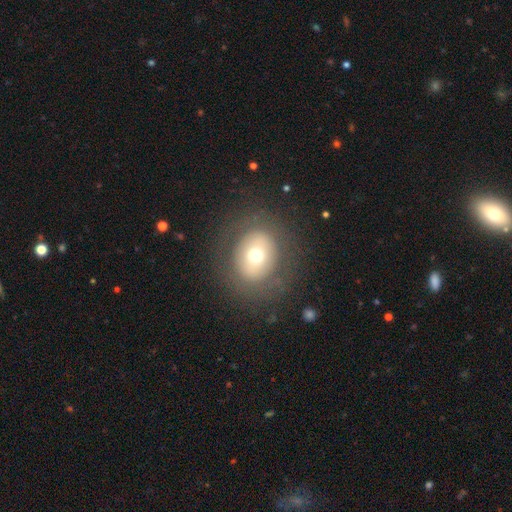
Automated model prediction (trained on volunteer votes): Overall: smooth (63%; featured or disk 25%). How rounded: round (69%; in between 30%). Merging: none (81%).